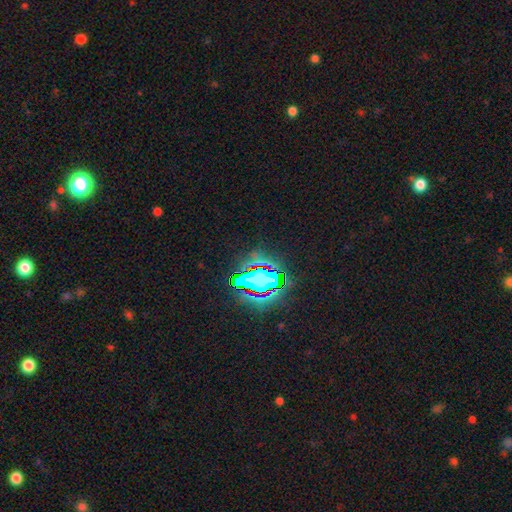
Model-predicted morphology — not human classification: smooth-or-featured: star or artifact: 75% | smooth: 13% | featured or disk: 12%